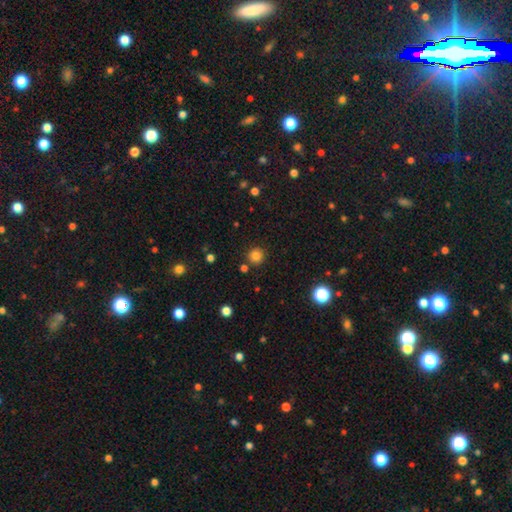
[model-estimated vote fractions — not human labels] Overall: smooth (82%). How rounded: round (95%). Merging: none (87%).